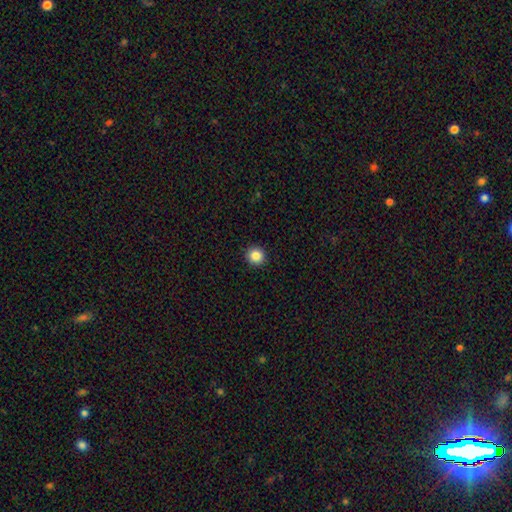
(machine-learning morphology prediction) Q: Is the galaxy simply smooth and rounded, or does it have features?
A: smooth — 86%.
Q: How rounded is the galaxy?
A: round — 93%.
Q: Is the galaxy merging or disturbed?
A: none — 93%.